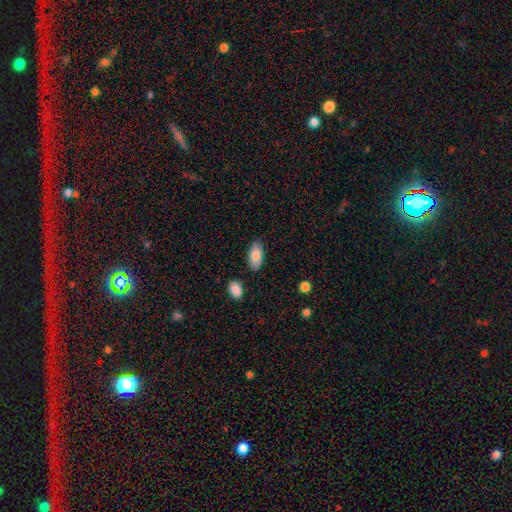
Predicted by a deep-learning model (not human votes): Smooth or featured: smooth — 82% (featured or disk — 11%)
How rounded: in between — 92% (cigar-shaped — 5%)
Merging: none — 83% (minor disturbance — 12%)